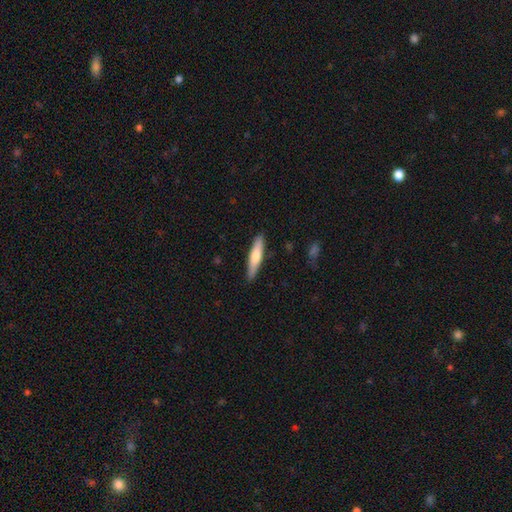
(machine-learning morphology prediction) smooth-or-featured: smooth: 66% | featured or disk: 29% | star or artifact: 5%
  how-rounded: cigar-shaped: 85% | in between: 14% | round: 1%
  merging: none: 88% | minor disturbance: 9% | major disturbance: 2% | merger: 1%